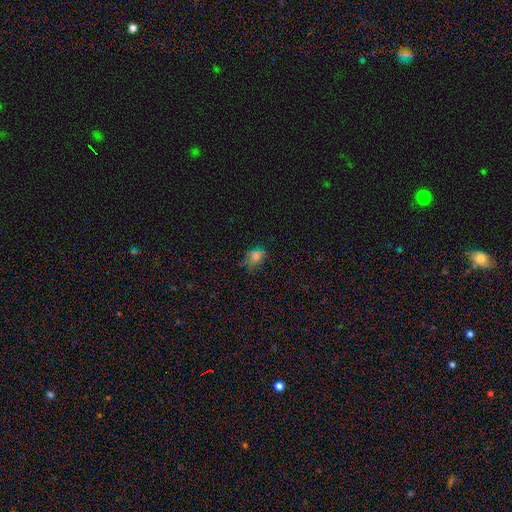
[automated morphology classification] A smooth galaxy with no disk features (64%) that is in between round and cigar-shaped (57%). Merging: none (58%).